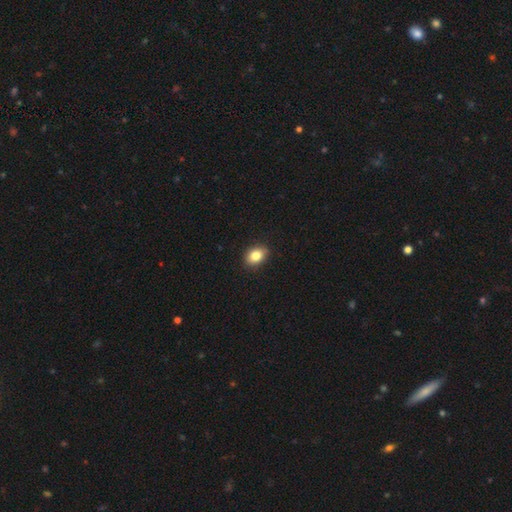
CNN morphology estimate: A smooth galaxy with no disk features (83%) that is in between round and cigar-shaped (72%). Merging: none (89%).